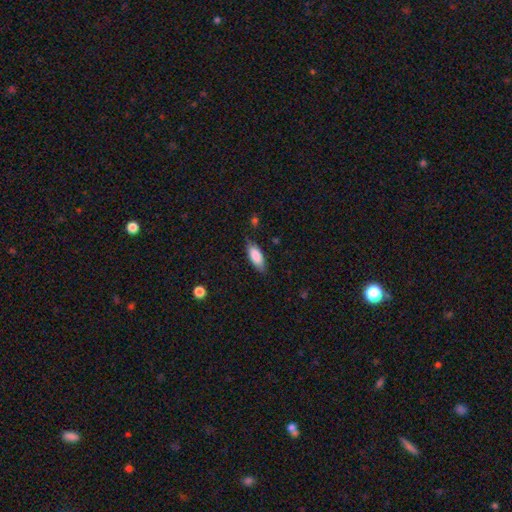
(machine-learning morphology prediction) Smooth or featured?
  - smooth: 83% *
  - featured or disk: 11%
  - star or artifact: 6%
How rounded?
  - in between: 78% *
  - cigar-shaped: 20%
  - round: 2%
Merging?
  - none: 78% *
  - minor disturbance: 17%
  - major disturbance: 3%
  - merger: 1%